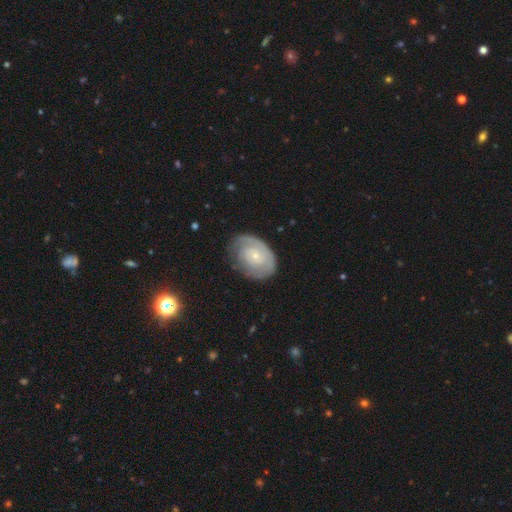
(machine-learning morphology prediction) Overall: featured or disk (68%). Edge-on disk: no (97%). Bar: no (78%). Spiral arms: yes (83%). Spiral arm count: can't tell (35%; 1 28%). Spiral winding: tight (70%). Bulge size: small (76%). Merging: none (67%).